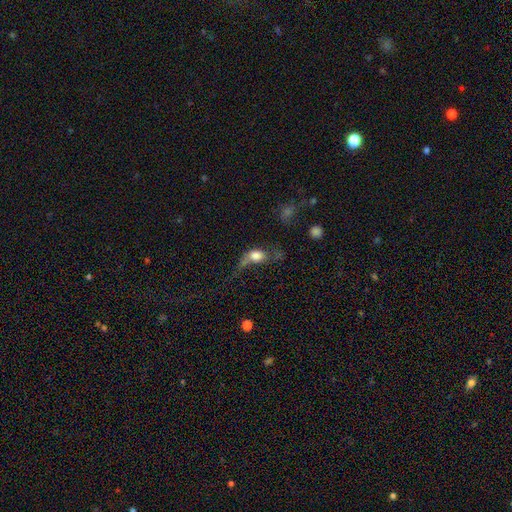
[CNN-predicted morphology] A smooth galaxy with no disk features (67%) that is in between round and cigar-shaped (70%).

Vote fractions:
- Smooth or featured? smooth: 67% / featured or disk: 23% / star or artifact: 10%
- How rounded? in between: 70% / round: 24% / cigar-shaped: 6%
- Merging? major disturbance: 45% / none: 22% / minor disturbance: 20% / merger: 12%